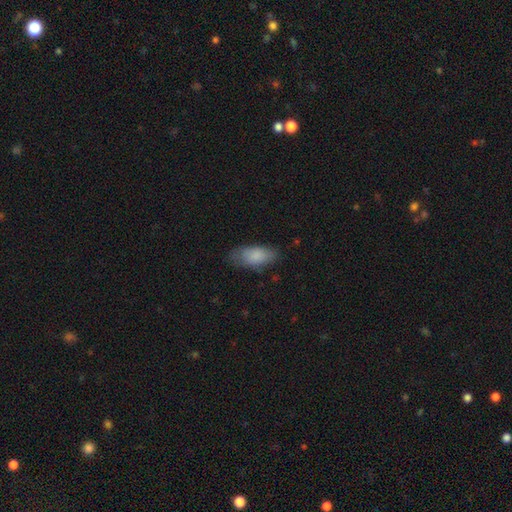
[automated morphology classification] Smooth or featured? smooth (84%)
How rounded? in between (88%)
Merging? none (69%)